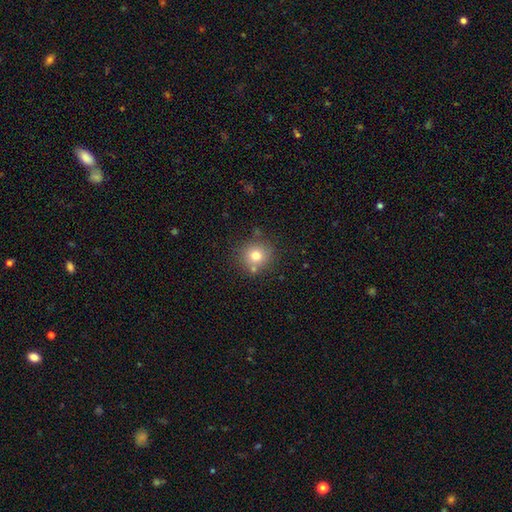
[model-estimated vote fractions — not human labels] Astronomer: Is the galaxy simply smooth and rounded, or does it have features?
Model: smooth — 75%.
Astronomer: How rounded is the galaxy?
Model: round — 90%.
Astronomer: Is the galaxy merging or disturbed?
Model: none — 76%.